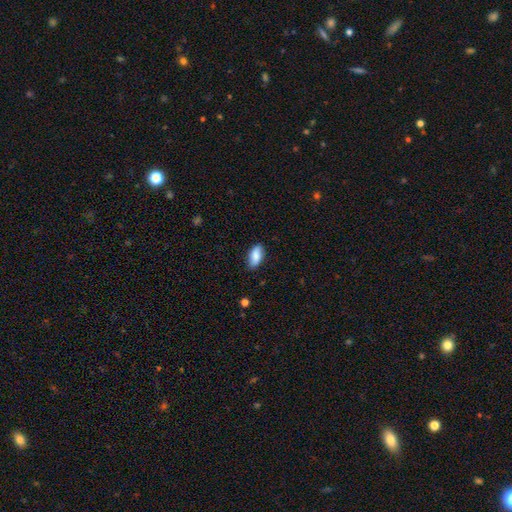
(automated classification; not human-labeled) A smooth galaxy with no disk features (84%) that is in between round and cigar-shaped (91%). Merging: none (84%).